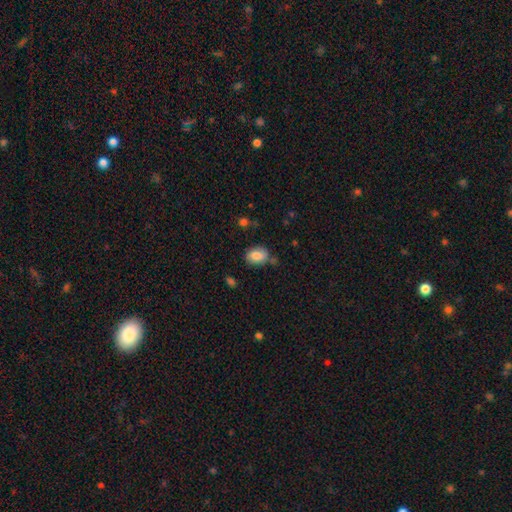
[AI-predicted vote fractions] Smooth or featured? Predicted: smooth (p=0.83). How rounded? Predicted: in between (p=0.76). Merging? Predicted: none (p=0.66).